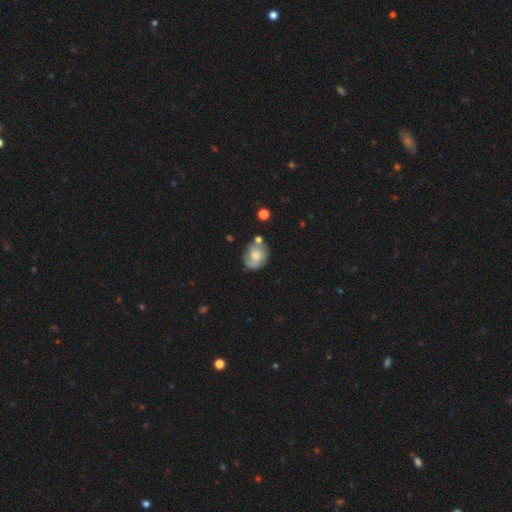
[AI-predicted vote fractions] The model was most divided on "how rounded": round: 52%, in between: 47%, cigar-shaped: 1%. More confident: merging — none (60%); smooth or featured — smooth (55%).